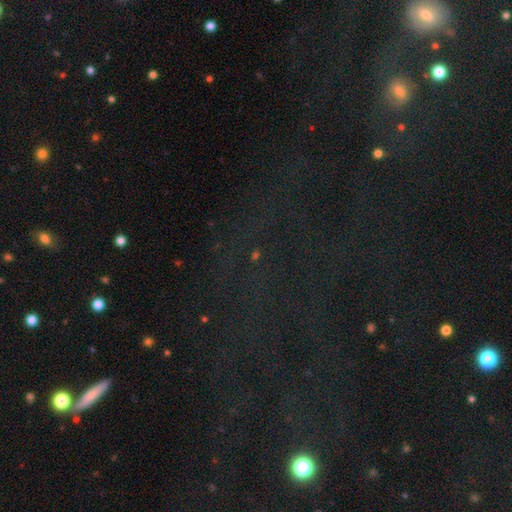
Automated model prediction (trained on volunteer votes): Overall: star or artifact (74%).